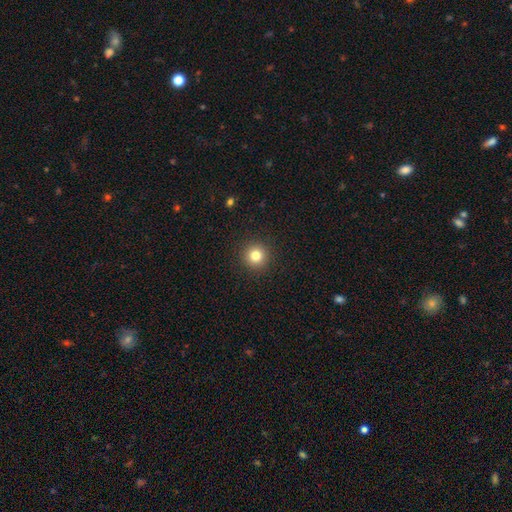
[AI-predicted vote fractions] A smooth galaxy with no disk features (81%) that is round (95%). Merging: none (93%).